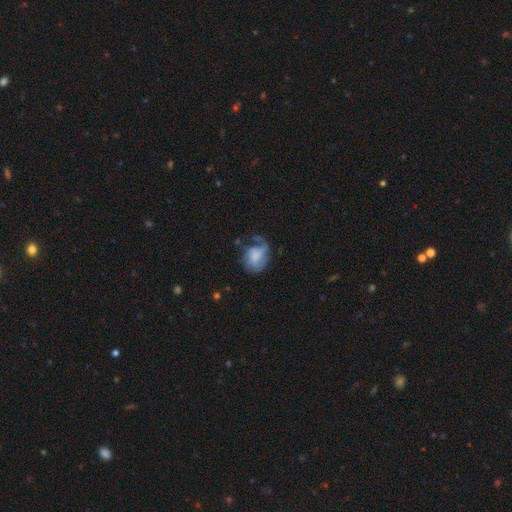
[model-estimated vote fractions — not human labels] A smooth galaxy with no disk features (49%). Merging: major disturbance (35%).